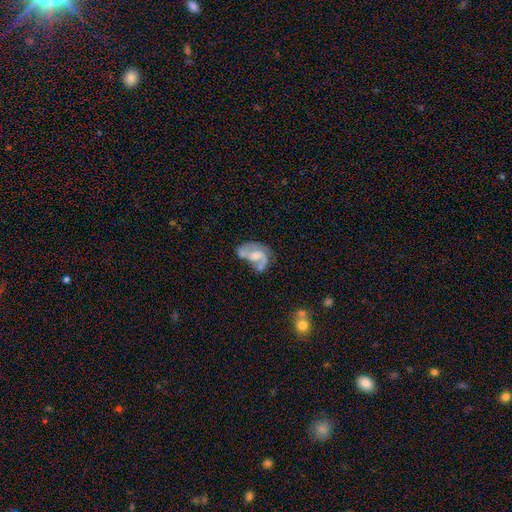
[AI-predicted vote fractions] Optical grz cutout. It shows a featured or disk galaxy (68%) with no bar (56%), 2 (60%) medium (43%) spiral arms (77%) and a moderate central bulge (36%). Merging: none (30%).